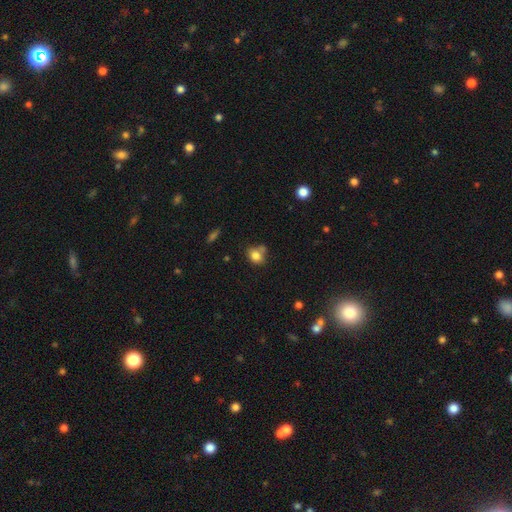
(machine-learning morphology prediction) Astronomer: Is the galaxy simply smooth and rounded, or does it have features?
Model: smooth — 80%.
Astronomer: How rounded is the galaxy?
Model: round — 60% (runner-up: in between, 39%).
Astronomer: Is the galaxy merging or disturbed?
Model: none — 56%.